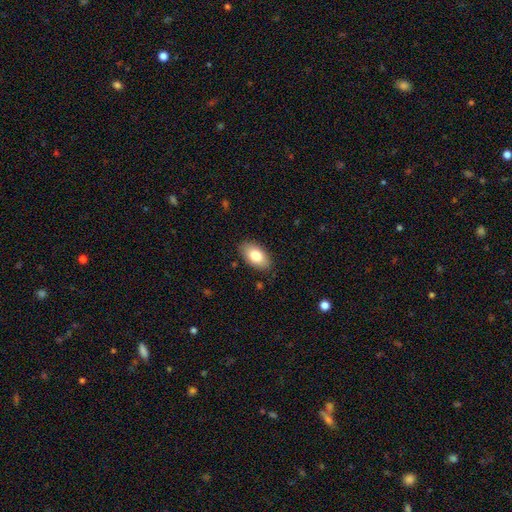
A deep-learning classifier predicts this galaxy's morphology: Overall: smooth (81%). How rounded: in between (94%). Merging: none (86%).